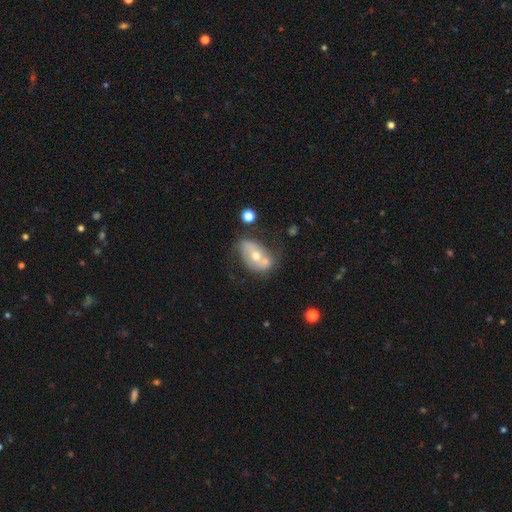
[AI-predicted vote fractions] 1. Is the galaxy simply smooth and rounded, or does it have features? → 53% featured or disk, 39% smooth, 8% star or artifact.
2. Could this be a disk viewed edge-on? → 94% no, 6% yes.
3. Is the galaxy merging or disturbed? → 36% none, 29% merger, 22% minor disturbance, 13% major disturbance.